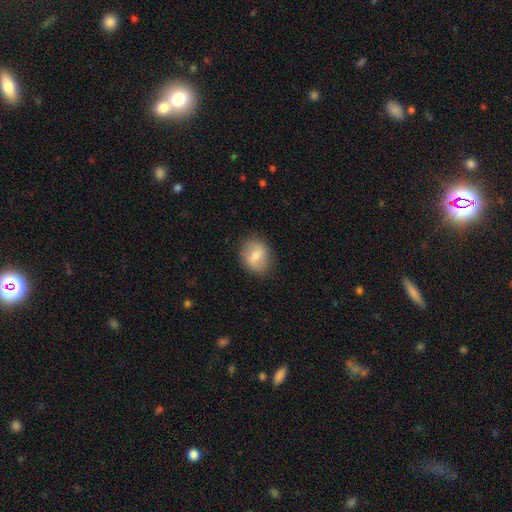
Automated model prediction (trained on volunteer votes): smooth_or_featured: smooth (p=0.68) [alt: featured or disk p=0.24]
how_rounded: round (p=0.57) [alt: in between p=0.42]
merging: none (p=0.83) [alt: minor disturbance p=0.12]